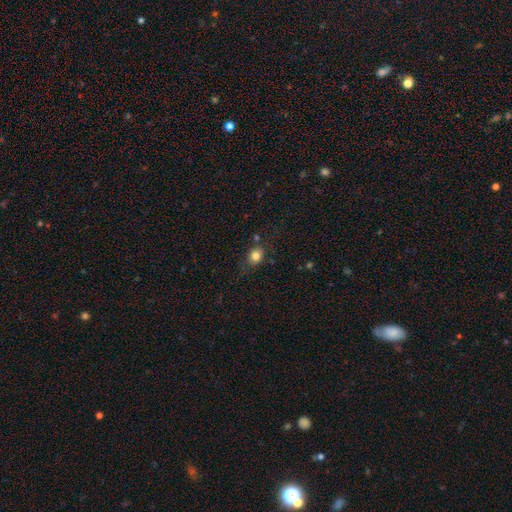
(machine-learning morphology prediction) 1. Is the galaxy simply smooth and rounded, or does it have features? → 81% smooth, 11% star or artifact, 7% featured or disk.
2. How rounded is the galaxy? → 63% round, 35% in between, 1% cigar-shaped.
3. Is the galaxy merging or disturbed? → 75% none, 16% minor disturbance, 5% major disturbance, 4% merger.